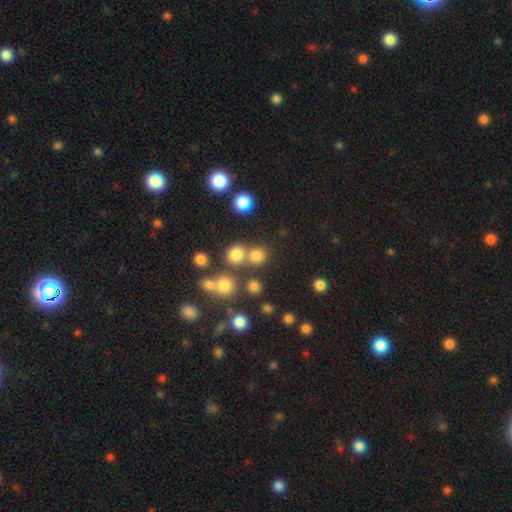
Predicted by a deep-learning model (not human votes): The model was most divided on "merging": none: 66%, merger: 24%, minor disturbance: 7%, major disturbance: 3%. More confident: how rounded — round (88%); smooth or featured — smooth (76%).